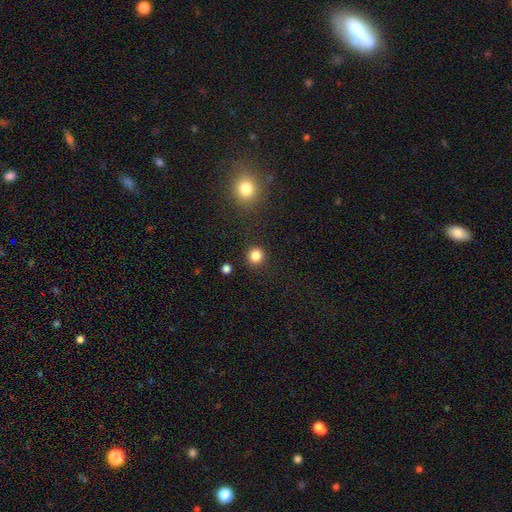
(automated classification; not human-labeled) Q: Smooth or featured?
A: smooth (84%); runner-up: star or artifact (12%)
Q: How rounded?
A: round (93%); runner-up: in between (6%)
Q: Merging?
A: none (90%); runner-up: minor disturbance (5%)